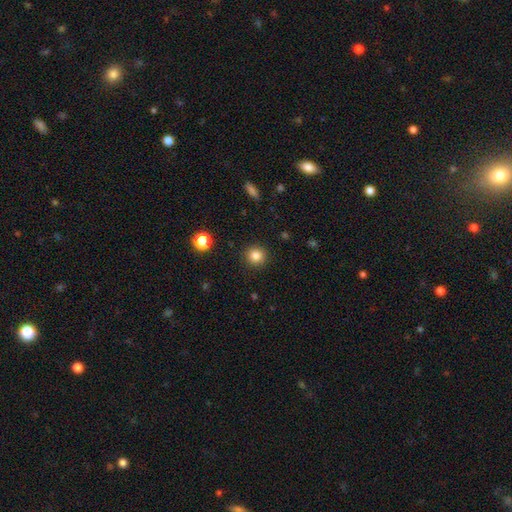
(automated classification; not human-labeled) Smooth or featured? smooth (83%)
How rounded? round (94%)
Merging? none (91%)